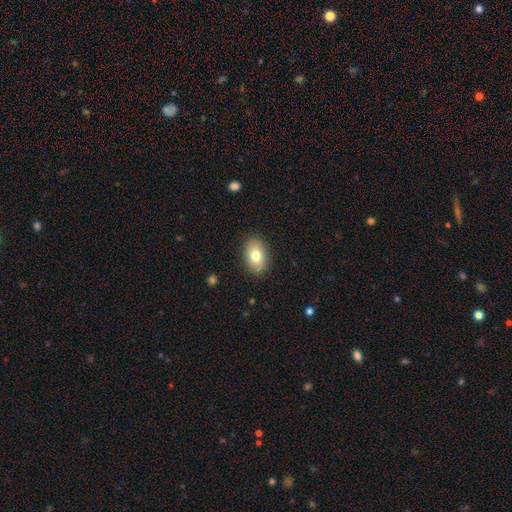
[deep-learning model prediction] Morphology: type=smooth (79%); roundness=in between (88%); merging=none (88%).